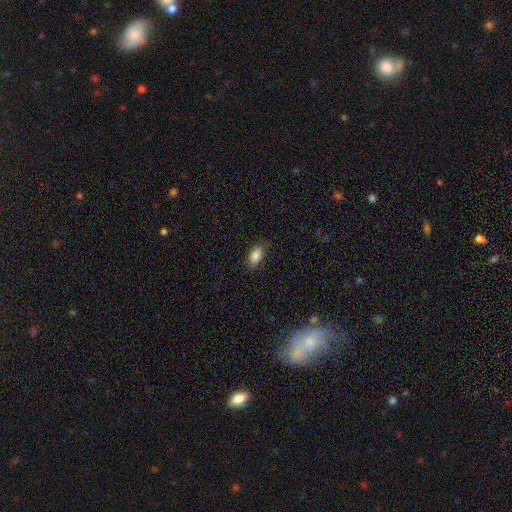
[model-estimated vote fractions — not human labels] Smooth or featured? smooth (87%)
How rounded? in between (91%)
Merging? none (81%)